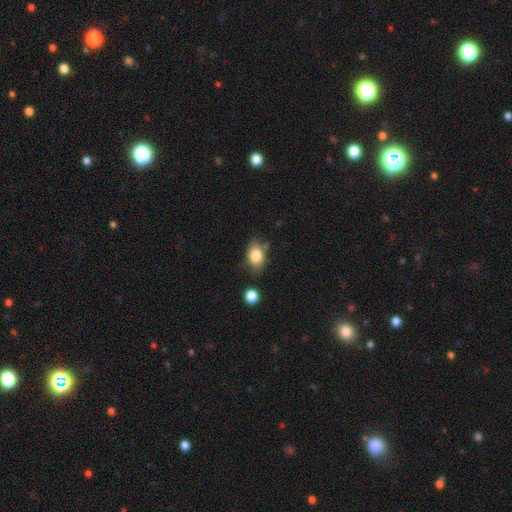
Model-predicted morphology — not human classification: smooth 80%, featured or disk 11%, star or artifact 9%. Down the decision tree: how rounded — in between (77%); merging — none (68%).